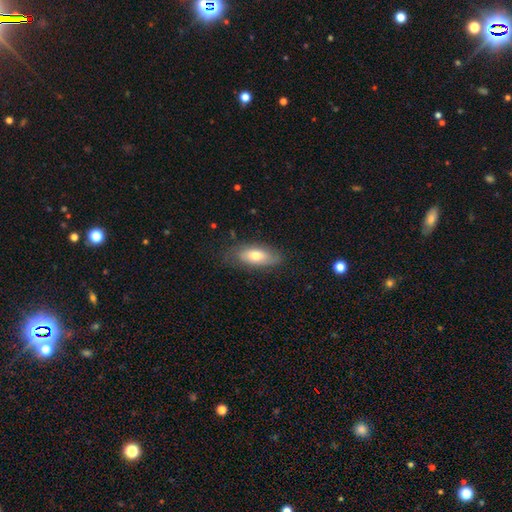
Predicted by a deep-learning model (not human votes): Smooth or featured? Predicted: smooth (p=0.65). How rounded? Predicted: in between (p=0.82). Merging? Predicted: none (p=0.75).